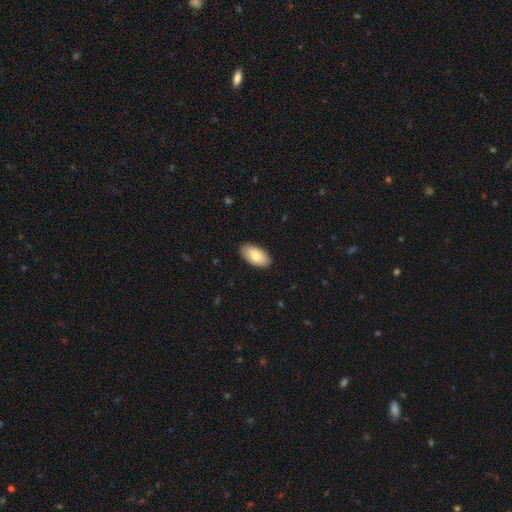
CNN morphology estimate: Q: Smooth or featured?
A: smooth (81%); runner-up: featured or disk (14%)
Q: How rounded?
A: in between (96%); runner-up: round (2%)
Q: Merging?
A: none (89%); runner-up: minor disturbance (9%)